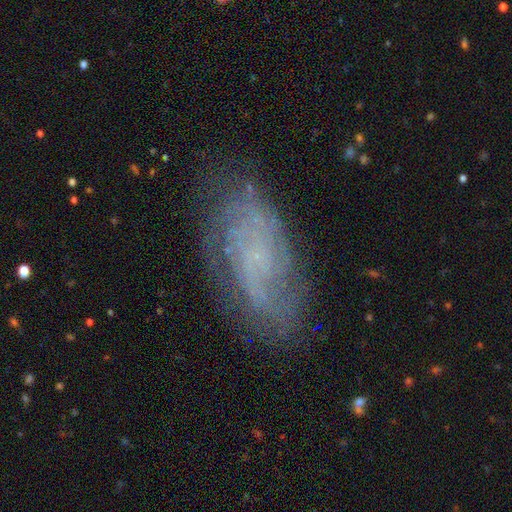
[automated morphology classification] A featured or disk galaxy (70%) with no bar (72%), tight (43%) spiral arms (88%) and no central bulge (50%).

Vote fractions:
- Smooth or featured? featured or disk: 70% / smooth: 20% / star or artifact: 10%
- Edge-on disk? no: 94% / yes: 6%
- Bar? no: 72% / weak: 24% / strong: 4%
- Spiral arms? yes: 88% / no: 12%
- Spiral winding? tight: 43% / medium: 37% / loose: 20%
- Spiral arm count? can't tell: 41% / 2: 31% / 3: 11% / 4: 6% / 1: 6% / more than 4: 5%
- Bulge size? none: 50% / small: 39% / moderate: 8% / large: 2% / dominant: 1%
- Merging? none: 74% / minor disturbance: 17% / major disturbance: 7% / merger: 2%